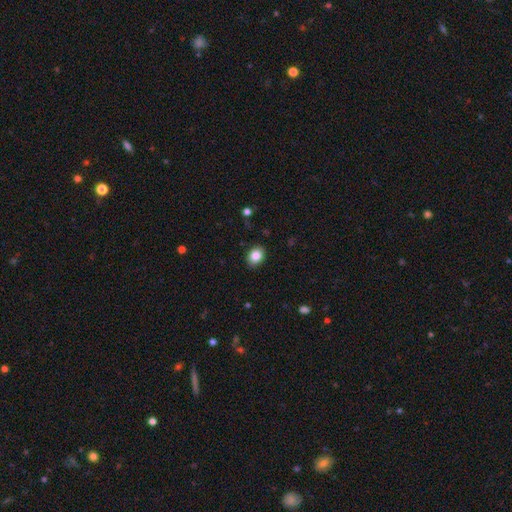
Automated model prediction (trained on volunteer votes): A smooth galaxy with no disk features (84%) that is in between round and cigar-shaped (61%).

Vote fractions:
- Smooth or featured? smooth: 84% / star or artifact: 9% / featured or disk: 7%
- How rounded? in between: 61% / round: 38% / cigar-shaped: 1%
- Merging? none: 89% / minor disturbance: 8% / major disturbance: 2% / merger: 1%